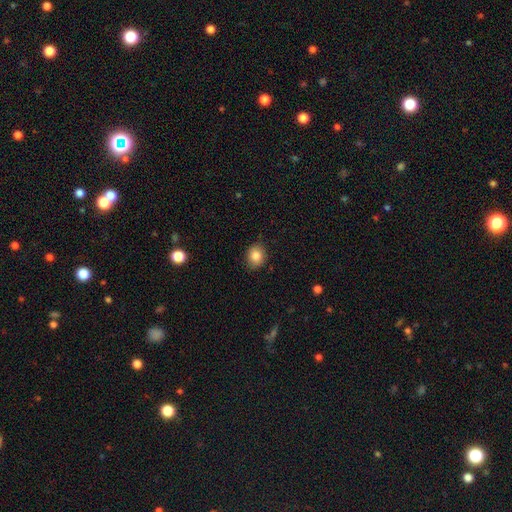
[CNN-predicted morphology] Smooth or featured: smooth — 85% (star or artifact — 9%)
How rounded: round — 62% (in between — 37%)
Merging: none — 85% (minor disturbance — 12%)